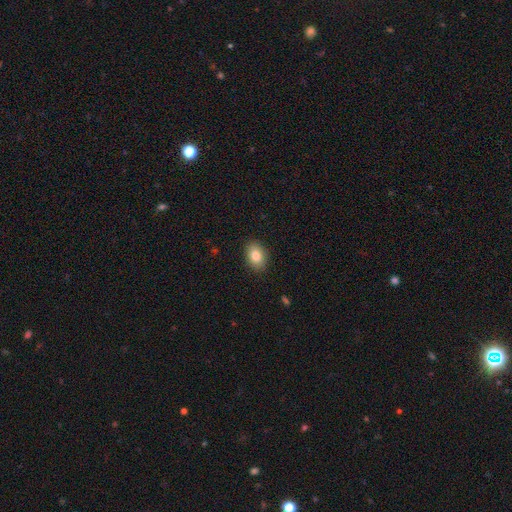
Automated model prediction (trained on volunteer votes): smooth-or-featured: smooth: 84% | featured or disk: 8% | star or artifact: 8%
  how-rounded: in between: 79% | round: 20% | cigar-shaped: 1%
  merging: none: 88% | minor disturbance: 9% | major disturbance: 2% | merger: 1%